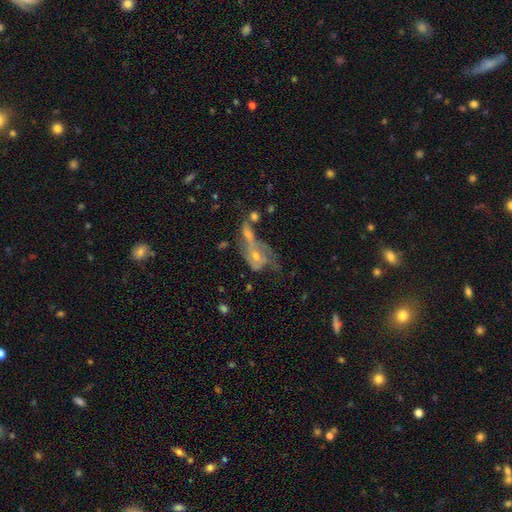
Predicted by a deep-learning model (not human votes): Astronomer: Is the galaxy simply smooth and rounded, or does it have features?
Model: featured or disk — 68%.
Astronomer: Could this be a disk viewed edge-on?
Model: no — 94%.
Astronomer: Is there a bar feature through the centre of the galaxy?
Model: no — 71%.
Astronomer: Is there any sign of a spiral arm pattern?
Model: yes — 69%.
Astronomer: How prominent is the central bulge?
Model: small — 49% (runner-up: moderate, 43%).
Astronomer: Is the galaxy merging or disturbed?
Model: merger — 37% (runner-up: major disturbance, 25%).